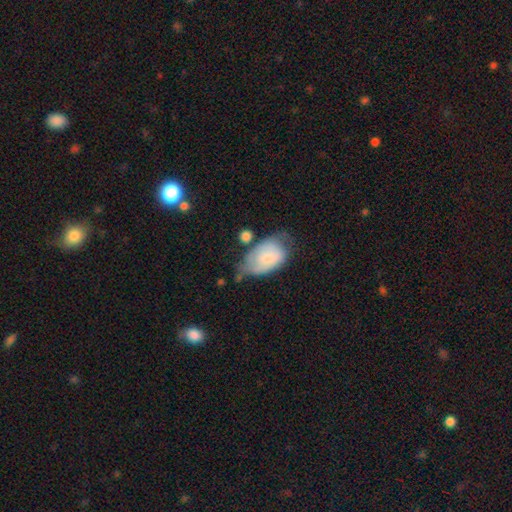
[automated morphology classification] This is possibly a smooth galaxy (54%). How rounded: clearly in between (89%). Merging: marginally minor disturbance (38%, tied with none).